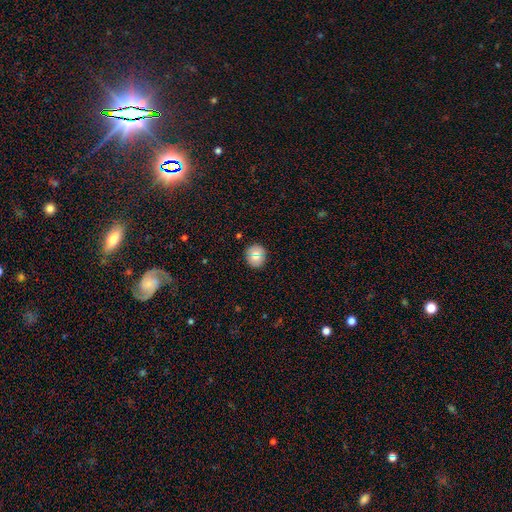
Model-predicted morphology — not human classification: Smooth or featured: smooth — 76% (featured or disk — 13%)
How rounded: round — 87% (in between — 12%)
Merging: none — 86% (minor disturbance — 10%)